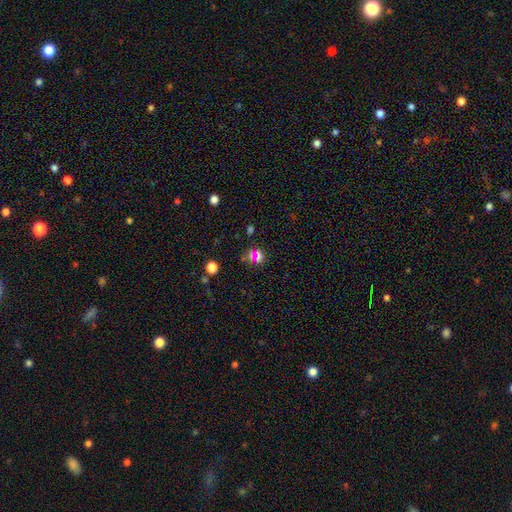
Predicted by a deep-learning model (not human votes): The model was most divided on "smooth or featured": smooth: 47%, star or artifact: 41%, featured or disk: 12%. More confident: merging — none (69%).